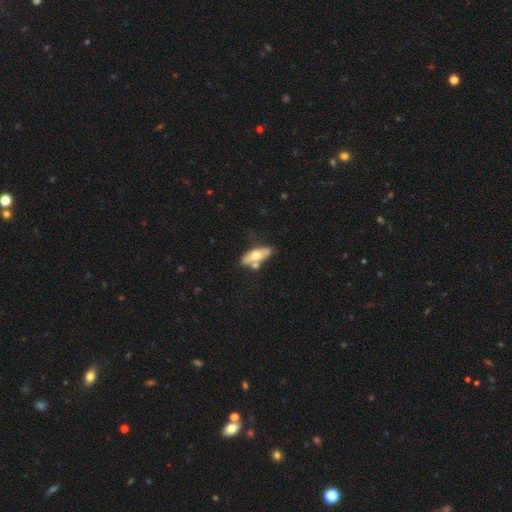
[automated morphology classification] This appears to be a smooth galaxy with no disk features (54%) that is in between round and cigar-shaped (63%). Merging: none (56%).